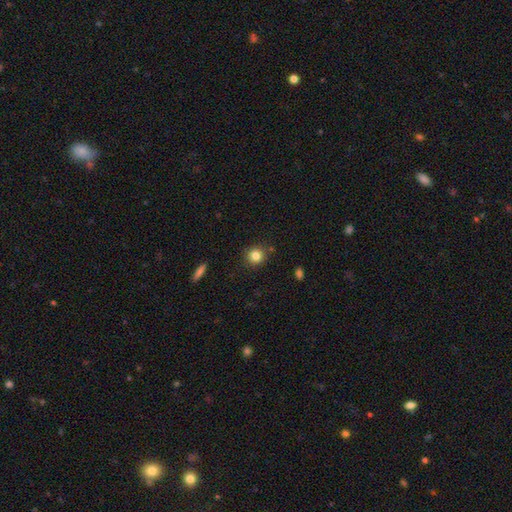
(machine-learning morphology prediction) Smooth or featured?
  - smooth: 83% *
  - star or artifact: 11%
  - featured or disk: 6%
How rounded?
  - round: 89% *
  - in between: 10%
  - cigar-shaped: 1%
Merging?
  - none: 86% *
  - minor disturbance: 8%
  - merger: 3%
  - major disturbance: 2%